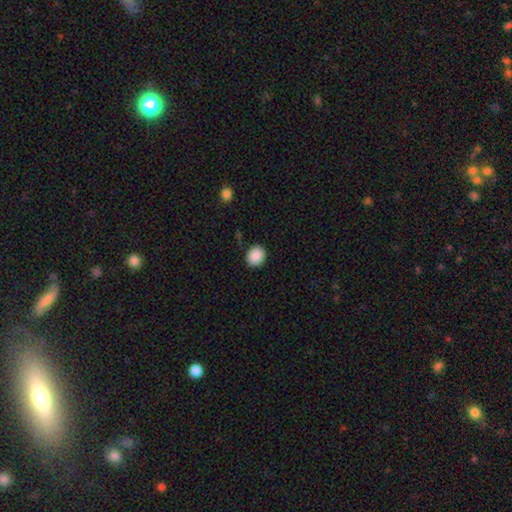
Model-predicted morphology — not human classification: Q: Smooth or featured?
A: smooth (89%); runner-up: star or artifact (8%)
Q: How rounded?
A: round (73%); runner-up: in between (26%)
Q: Merging?
A: none (88%); runner-up: minor disturbance (8%)